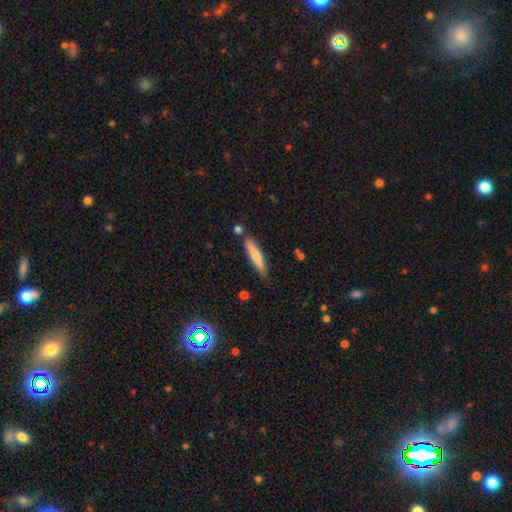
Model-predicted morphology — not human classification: A smooth galaxy with no disk features (73%) that is cigar-shaped (87%).

Vote fractions:
- Smooth or featured? smooth: 73% / featured or disk: 22% / star or artifact: 6%
- How rounded? cigar-shaped: 87% / in between: 12% / round: 1%
- Merging? none: 80% / minor disturbance: 13% / merger: 5% / major disturbance: 2%